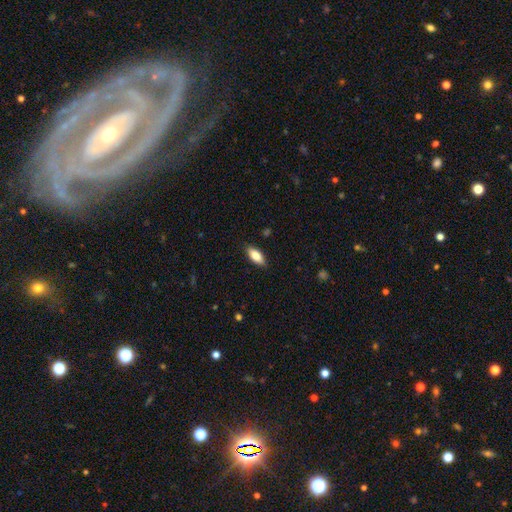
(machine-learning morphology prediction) smooth_or_featured: smooth (p=0.79) [alt: featured or disk p=0.14]
how_rounded: in between (p=0.80) [alt: cigar-shaped p=0.17]
merging: none (p=0.87) [alt: minor disturbance p=0.10]